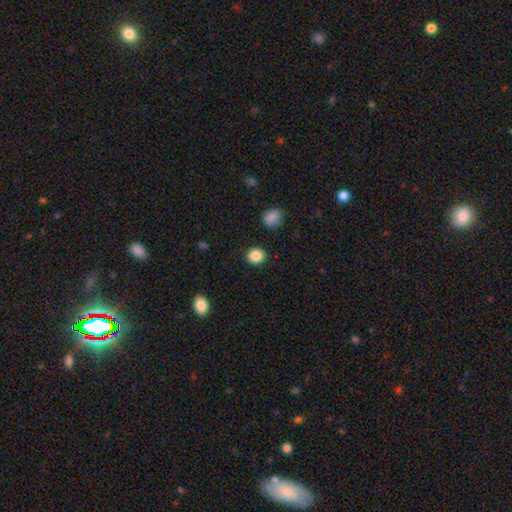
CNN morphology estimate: A smooth galaxy with no disk features (87%) that is round (65%). Merging: none (89%).